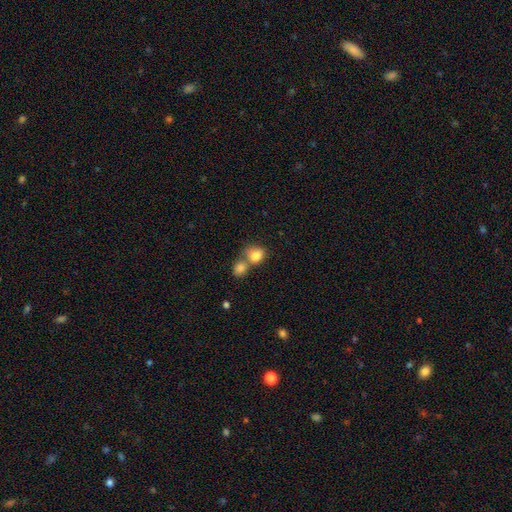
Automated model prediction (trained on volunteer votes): Smooth or featured? smooth (83%)
How rounded? round (58%)
Merging? merger (54%)